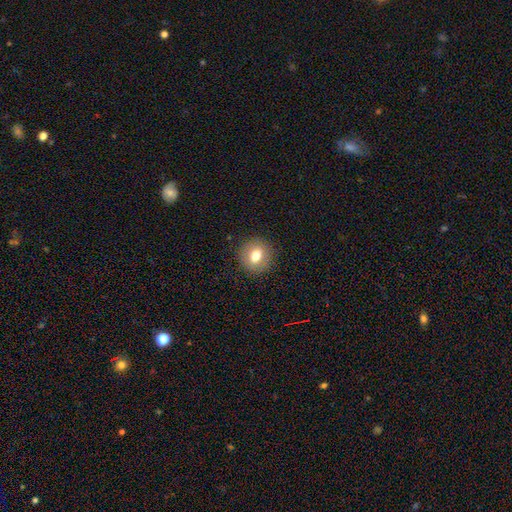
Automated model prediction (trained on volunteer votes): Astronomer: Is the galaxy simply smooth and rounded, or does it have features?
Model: smooth — 74%.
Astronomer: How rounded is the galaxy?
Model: round — 81%.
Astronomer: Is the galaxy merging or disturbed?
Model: none — 89%.